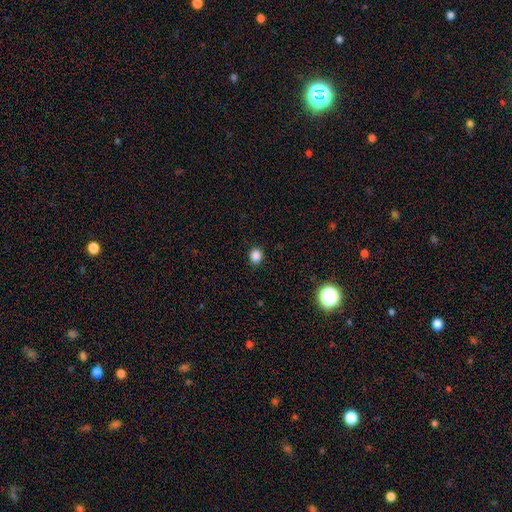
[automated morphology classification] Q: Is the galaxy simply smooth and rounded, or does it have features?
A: smooth — 85%.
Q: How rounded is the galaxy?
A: round — 77%.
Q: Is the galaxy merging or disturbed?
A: none — 91%.